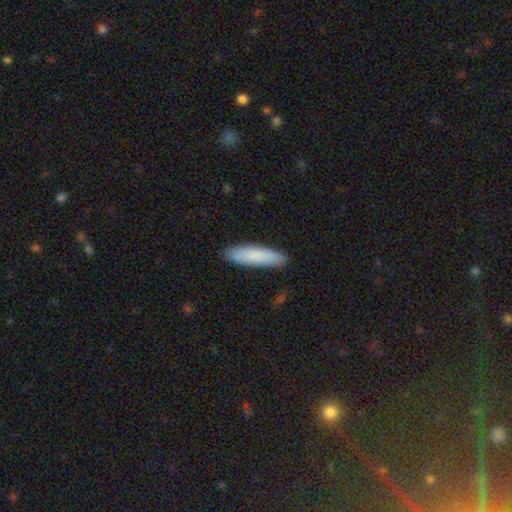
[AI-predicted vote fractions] The model was most divided on "how rounded": cigar-shaped: 73%, in between: 26%, round: 1%. More confident: merging — none (89%); smooth or featured — smooth (85%).